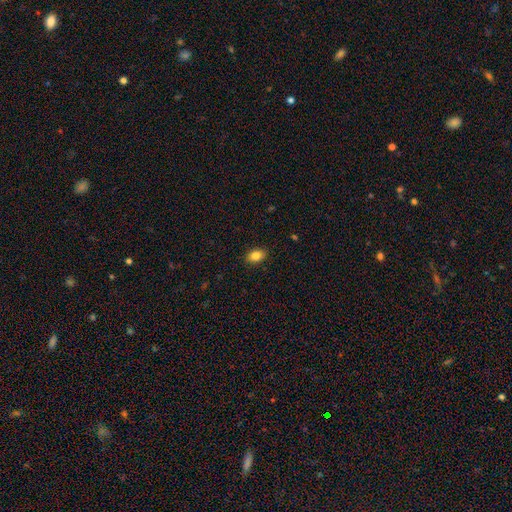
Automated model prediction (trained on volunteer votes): smooth_or_featured: smooth (p=0.85) [alt: star or artifact p=0.09]
how_rounded: in between (p=0.82) [alt: round p=0.17]
merging: none (p=0.89) [alt: minor disturbance p=0.08]